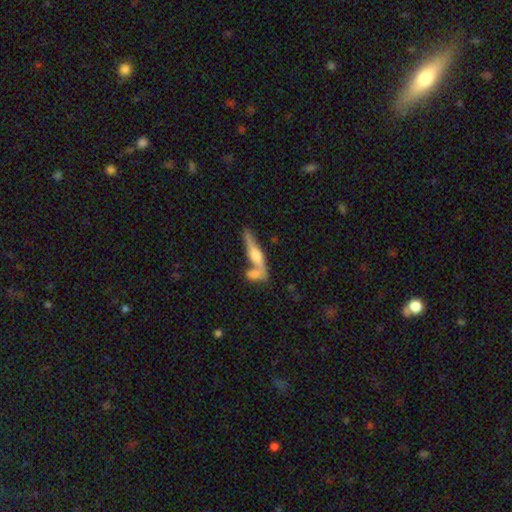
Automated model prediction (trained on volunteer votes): Smooth or featured?
  - featured or disk: 56% *
  - smooth: 37%
  - star or artifact: 7%
Edge-on disk?
  - yes: 90% *
  - no: 10%
Edge-on bulge?
  - rounded: 85% *
  - boxy: 9%
  - none: 6%
Merging?
  - none: 48% *
  - merger: 36%
  - minor disturbance: 11%
  - major disturbance: 5%